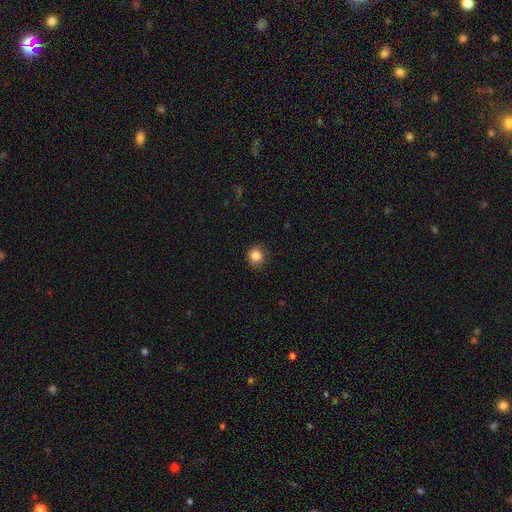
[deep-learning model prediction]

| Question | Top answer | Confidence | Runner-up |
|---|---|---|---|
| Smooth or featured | smooth | 85% | star or artifact (11%) |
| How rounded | round | 85% | in between (14%) |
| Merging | none | 85% | minor disturbance (12%) |